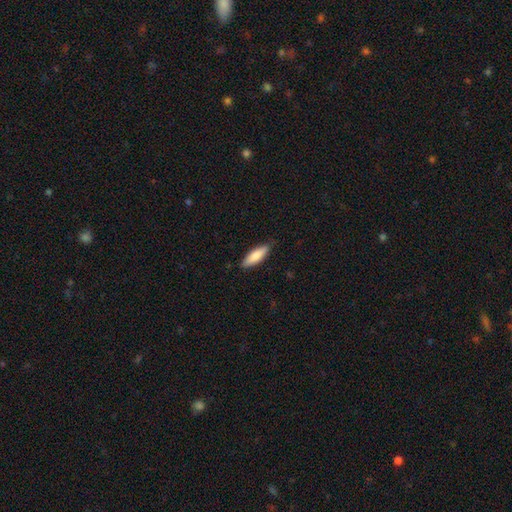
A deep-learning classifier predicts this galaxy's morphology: A smooth galaxy with no disk features (80%) that is cigar-shaped (56%).

Vote fractions:
- Smooth or featured? smooth: 80% / featured or disk: 15% / star or artifact: 5%
- How rounded? cigar-shaped: 56% / in between: 43% / round: 2%
- Merging? none: 85% / minor disturbance: 12% / major disturbance: 2% / merger: 1%